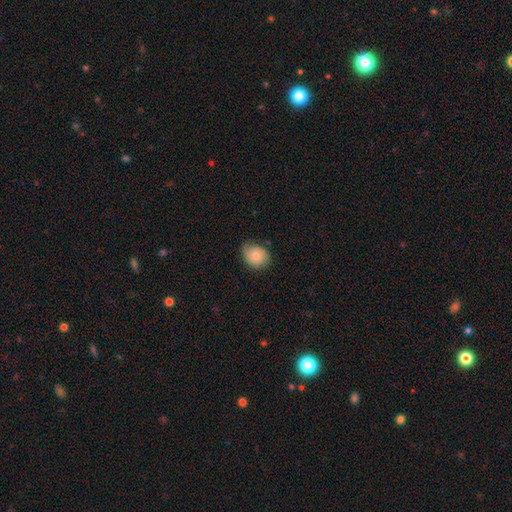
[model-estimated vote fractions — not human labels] smooth_or_featured: smooth (p=0.75) [alt: featured or disk p=0.17]
how_rounded: round (p=0.50) [alt: in between p=0.49]
merging: none (p=0.69) [alt: minor disturbance p=0.25]